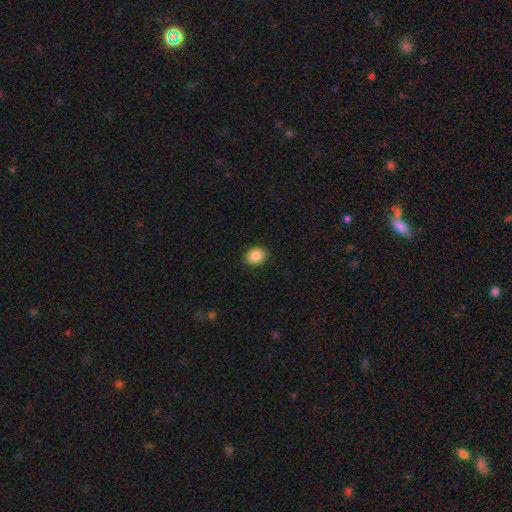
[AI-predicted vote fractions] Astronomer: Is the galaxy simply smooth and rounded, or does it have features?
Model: smooth — 87%.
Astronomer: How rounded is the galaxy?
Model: round — 63%.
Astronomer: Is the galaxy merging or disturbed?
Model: none — 89%.